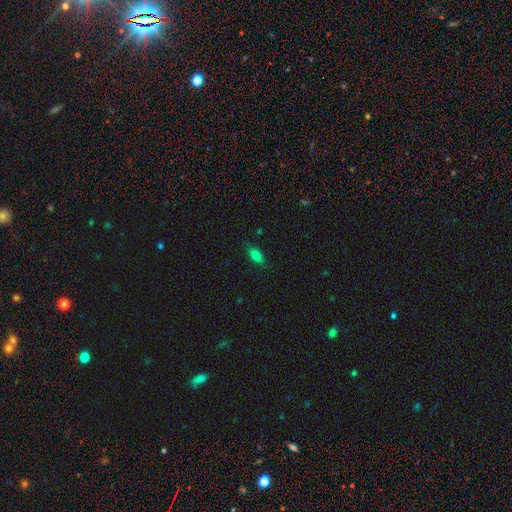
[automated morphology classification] A smooth galaxy with no disk features (71%) that is in between round and cigar-shaped (73%).

Vote fractions:
- Smooth or featured? smooth: 71% / featured or disk: 19% / star or artifact: 11%
- How rounded? in between: 73% / cigar-shaped: 22% / round: 5%
- Merging? none: 83% / minor disturbance: 13% / major disturbance: 3% / merger: 1%